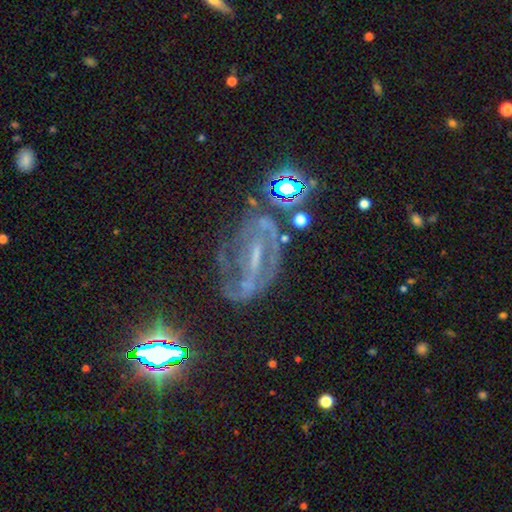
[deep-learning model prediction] A featured or disk galaxy (68%) with a strong bar (51%), 2 (56%) medium (42%) spiral arms (80%) and a small central bulge (58%). Merging: none (58%).